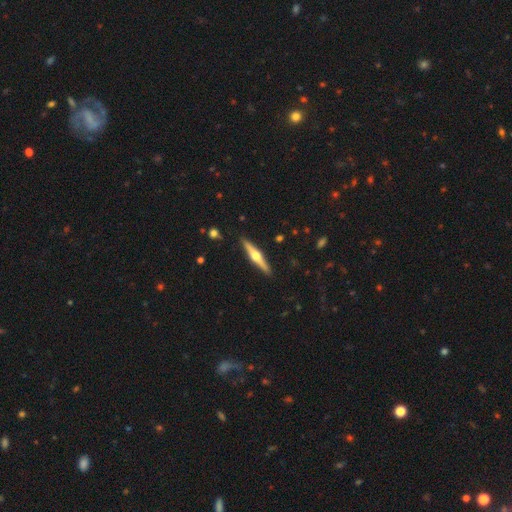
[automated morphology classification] The model was most divided on "smooth or featured": featured or disk: 73%, smooth: 22%, star or artifact: 5%. More confident: edge-on disk — yes (98%); edge-on bulge — rounded (95%); merging — none (91%).